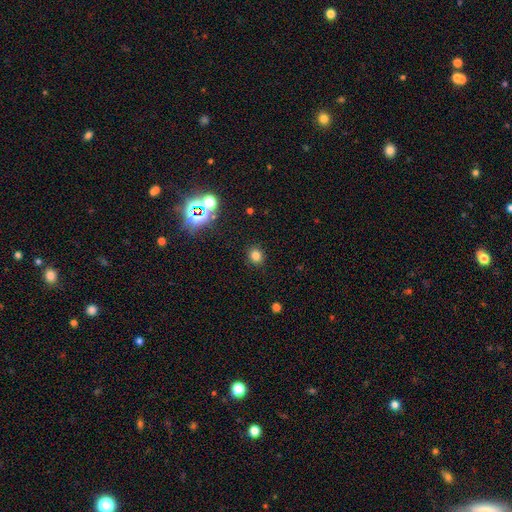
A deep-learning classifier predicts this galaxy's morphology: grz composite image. It shows a smooth galaxy with no disk features (78%) that is round (77%). Merging: none (90%).